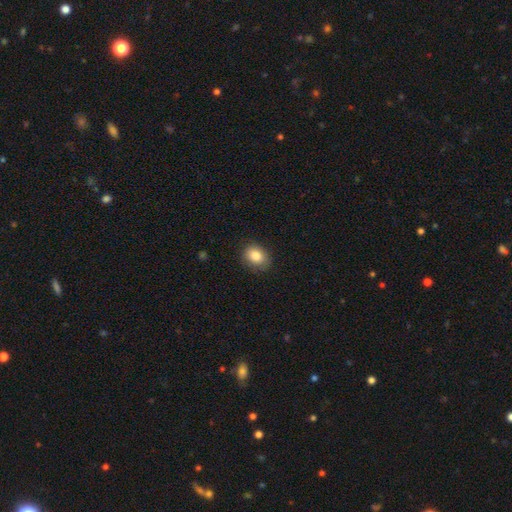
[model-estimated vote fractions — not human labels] This is clearly a smooth galaxy (84%). How rounded: possibly in between (51%). Merging: clearly none (83%).